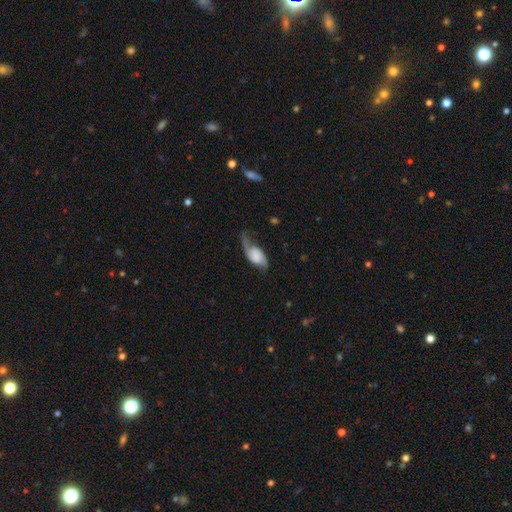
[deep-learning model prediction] Smooth or featured?
  - featured or disk: 63% *
  - smooth: 29%
  - star or artifact: 7%
Edge-on disk?
  - no: 93% *
  - yes: 7%
Bar?
  - no: 64% *
  - weak: 28%
  - strong: 9%
Spiral arms?
  - yes: 90% *
  - no: 10%
Spiral winding?
  - loose: 67% *
  - medium: 24%
  - tight: 9%
Spiral arm count?
  - 2: 76% *
  - 1: 18%
  - can't tell: 4%
  - 3: 1%
  - 4: 1%
  - more than 4: 1%
Bulge size?
  - none: 36% *
  - large: 22%
  - small: 17%
  - dominant: 13%
  - moderate: 12%
Merging?
  - none: 43% *
  - minor disturbance: 27%
  - major disturbance: 27%
  - merger: 3%